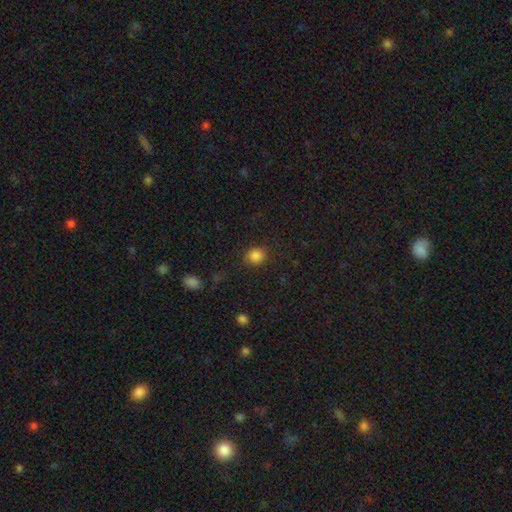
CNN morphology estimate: smooth 84%, star or artifact 12%, featured or disk 4%. Down the decision tree: how rounded — round (81%); merging — none (86%).